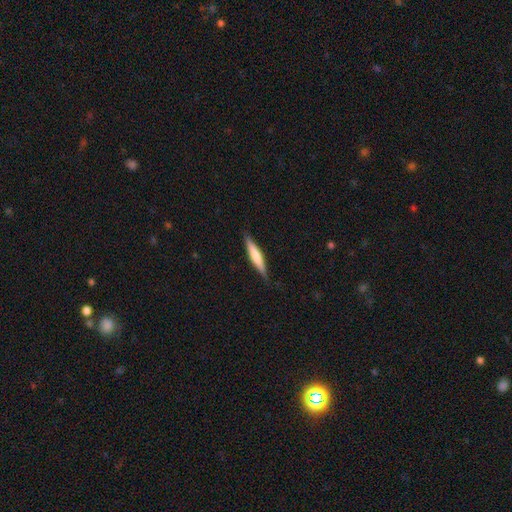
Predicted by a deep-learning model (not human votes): smooth_or_featured: smooth (p=0.56) [alt: featured or disk p=0.39]
how_rounded: cigar-shaped (p=0.90) [alt: in between p=0.09]
merging: none (p=0.86) [alt: minor disturbance p=0.11]